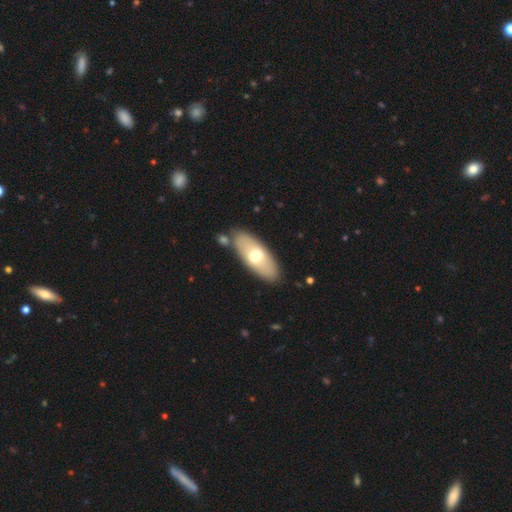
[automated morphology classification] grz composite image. It shows a smooth galaxy with no disk features (61%) that is in between round and cigar-shaped (78%). Merging: none (80%).